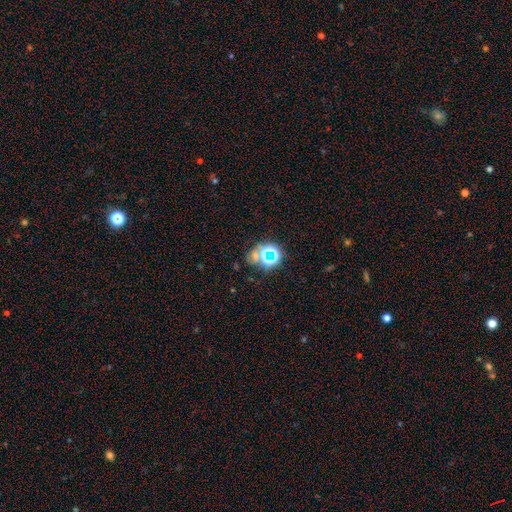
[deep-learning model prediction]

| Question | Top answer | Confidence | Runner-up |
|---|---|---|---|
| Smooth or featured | star or artifact | 64% | smooth (24%) |